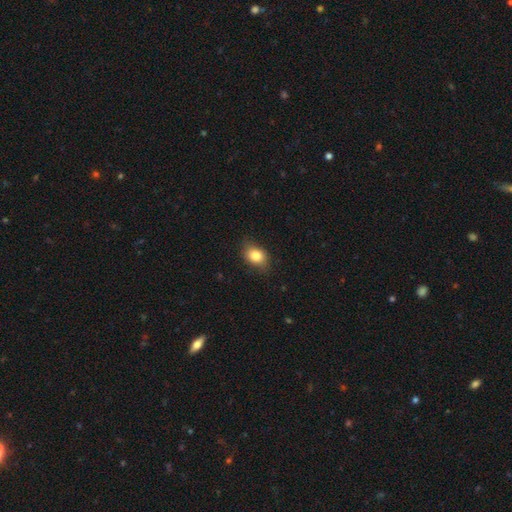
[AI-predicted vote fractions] Smooth or featured: smooth — 82% (star or artifact — 9%)
How rounded: in between — 67% (round — 31%)
Merging: none — 78% (minor disturbance — 18%)